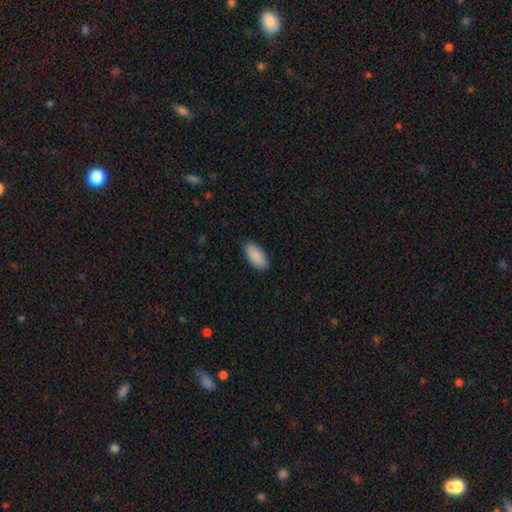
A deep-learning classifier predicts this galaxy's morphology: A smooth galaxy with no disk features (90%) that is in between round and cigar-shaped (90%).

Vote fractions:
- Smooth or featured? smooth: 90% / star or artifact: 6% / featured or disk: 4%
- How rounded? in between: 90% / cigar-shaped: 8% / round: 2%
- Merging? none: 88% / minor disturbance: 9% / major disturbance: 2% / merger: 1%